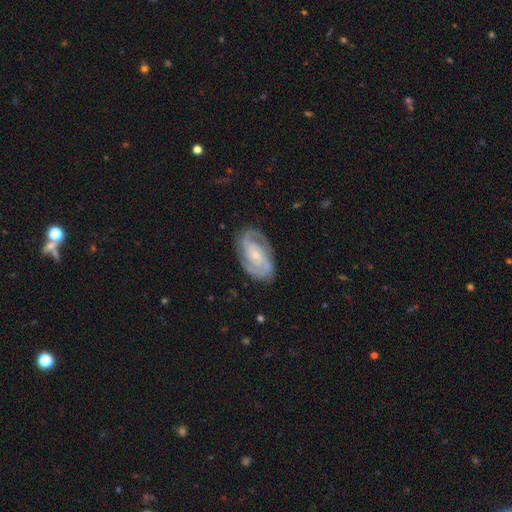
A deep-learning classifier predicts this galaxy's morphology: type=featured or disk (87%); edge-on=no (97%); bar=no (51%); spiral arms=yes (97%); winding=tight (51%); arm count=2 (60%); bulge=small (68%); merging=none (79%).